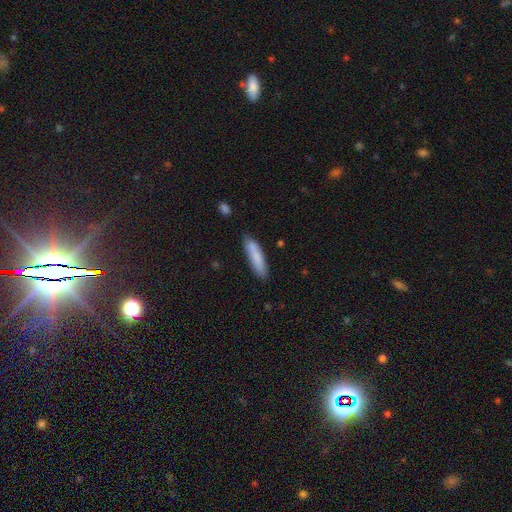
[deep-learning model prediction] Morphology: type=smooth (83%); roundness=cigar-shaped (80%); merging=none (80%).